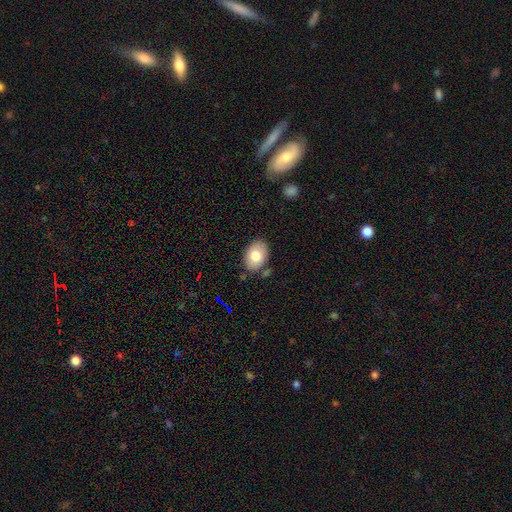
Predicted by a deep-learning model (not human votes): The model was most divided on "smooth or featured": smooth: 78%, featured or disk: 15%, star or artifact: 7%. More confident: how rounded — in between (83%); merging — none (80%).